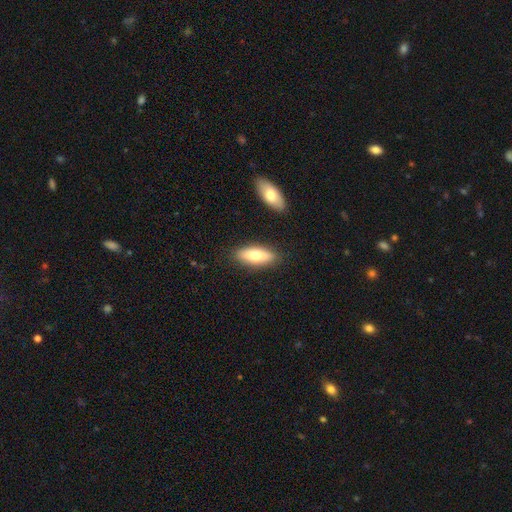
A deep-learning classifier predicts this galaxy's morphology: Smooth or featured? smooth (74%)
How rounded? in between (69%)
Merging? none (84%)